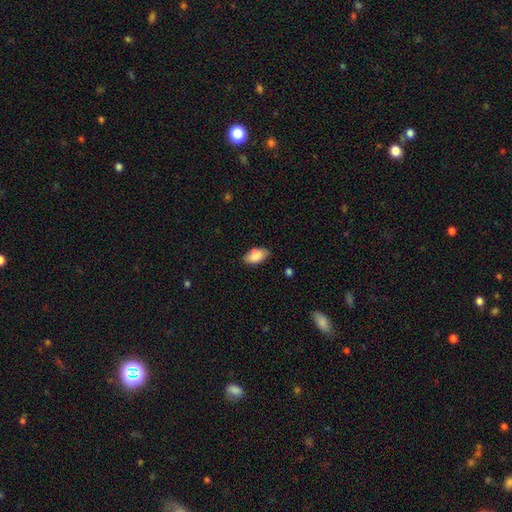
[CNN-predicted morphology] A smooth galaxy with no disk features (87%) that is in between round and cigar-shaped (93%).

Vote fractions:
- Smooth or featured? smooth: 87% / star or artifact: 6% / featured or disk: 6%
- How rounded? in between: 93% / round: 5% / cigar-shaped: 2%
- Merging? none: 77% / minor disturbance: 19% / major disturbance: 3% / merger: 1%